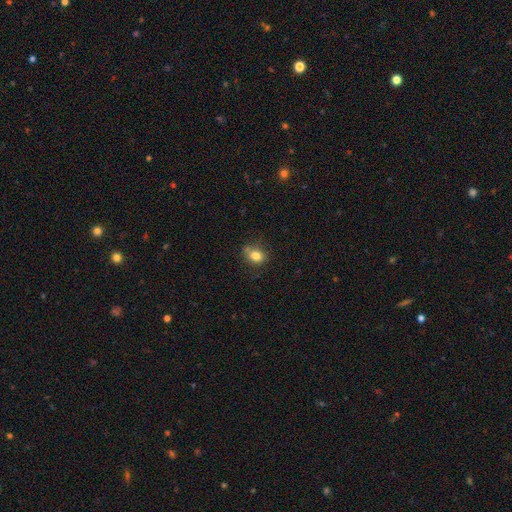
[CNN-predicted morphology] The model was most divided on "how rounded": round: 53%, in between: 46%, cigar-shaped: 1%. More confident: smooth or featured — smooth (81%); merging — none (67%).